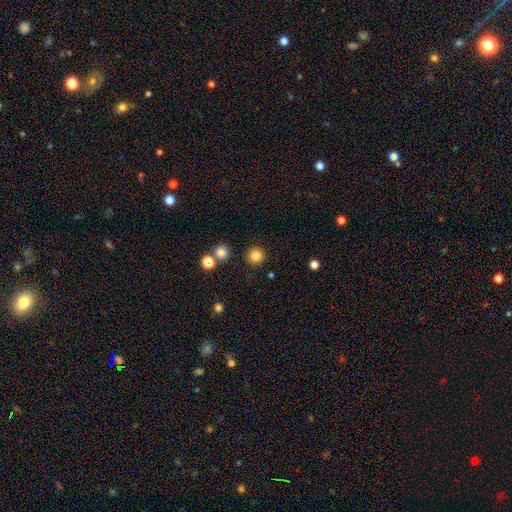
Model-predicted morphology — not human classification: Overall: smooth (83%). How rounded: round (96%). Merging: none (91%).